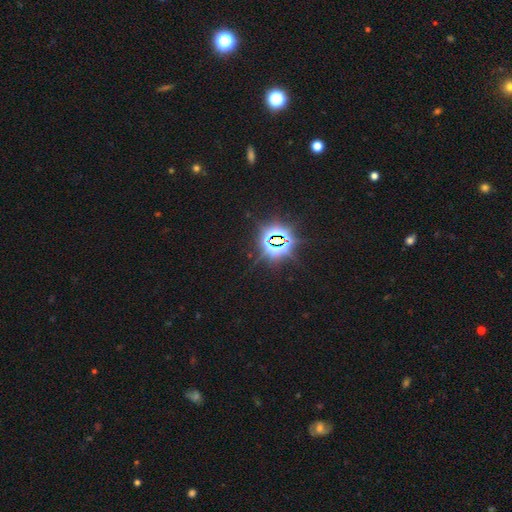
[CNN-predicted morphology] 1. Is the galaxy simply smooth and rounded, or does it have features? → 82% star or artifact, 12% smooth, 6% featured or disk.